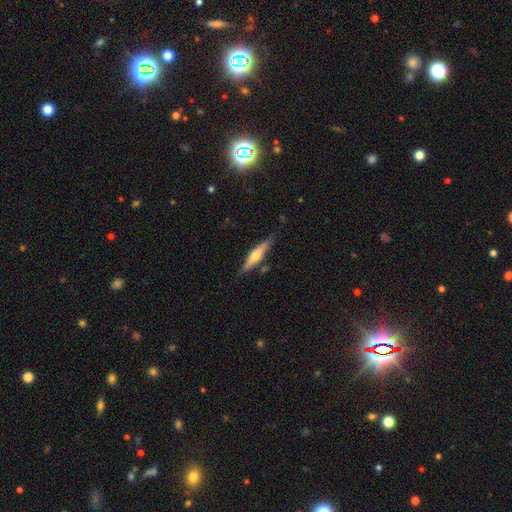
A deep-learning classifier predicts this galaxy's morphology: Overall: featured or disk (58%; smooth 36%). Edge-on disk: yes (95%). Edge-on bulge: rounded (88%). Merging: none (80%).